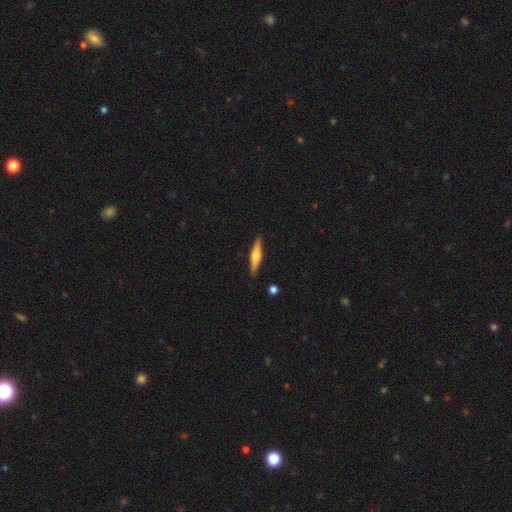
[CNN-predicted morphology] type=featured or disk (60%); edge-on=yes (96%); edge-on bulge=rounded (85%); merging=none (89%).